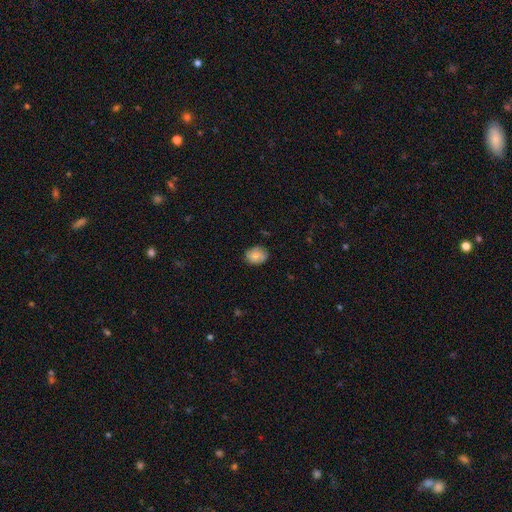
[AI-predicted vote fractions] This appears to be a smooth galaxy with no disk features (70%) that is in between round and cigar-shaped (51%). Merging: none (77%).